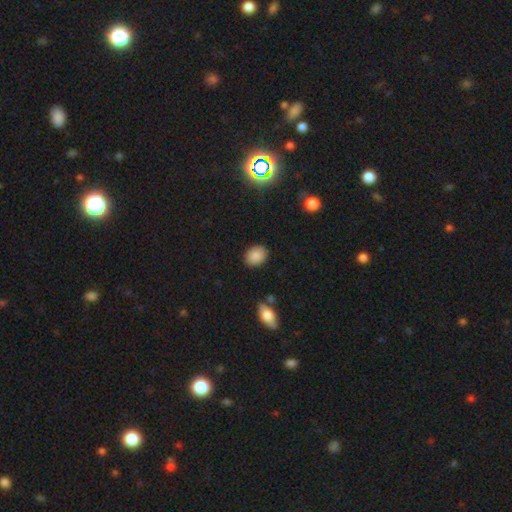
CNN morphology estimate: Overall: smooth (87%). How rounded: in between (62%; round 37%). Merging: none (87%).